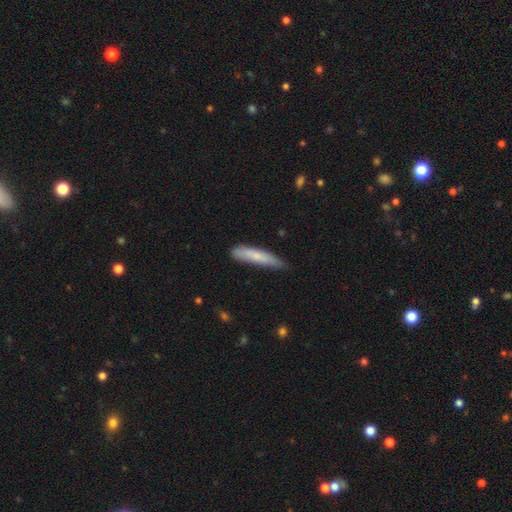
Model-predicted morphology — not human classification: This appears to be a smooth galaxy with no disk features (73%) that is cigar-shaped (86%). Merging: none (66%).